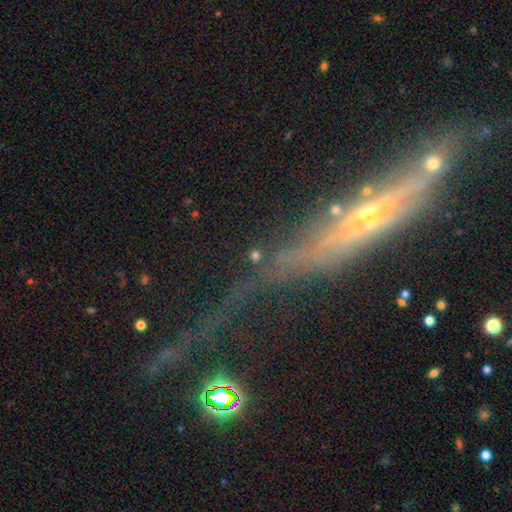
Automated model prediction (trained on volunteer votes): Smooth or featured: smooth — 53% (star or artifact — 35%)
How rounded: round — 87% (in between — 10%)
Merging: none — 75% (minor disturbance — 9%)